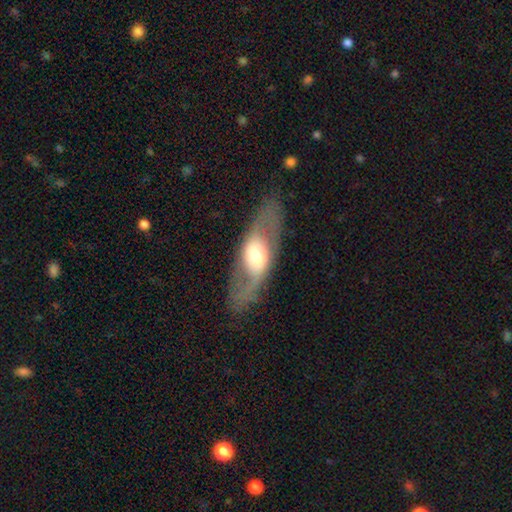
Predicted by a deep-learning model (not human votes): Smooth or featured? featured or disk (64%)
Edge-on disk? no (77%)
Merging? none (77%)